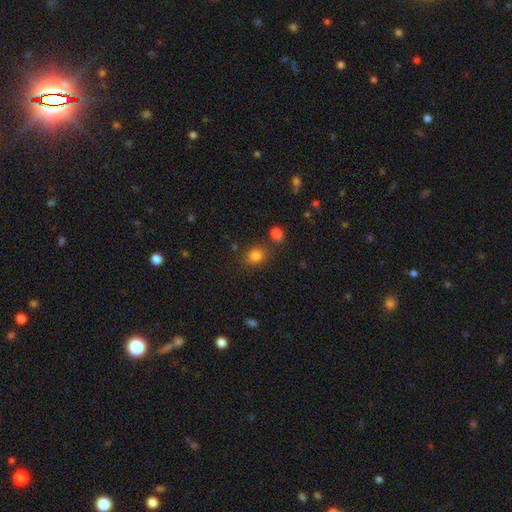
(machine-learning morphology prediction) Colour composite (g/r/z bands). It shows a smooth galaxy with no disk features (82%) that is round (68%). Merging: none (76%).